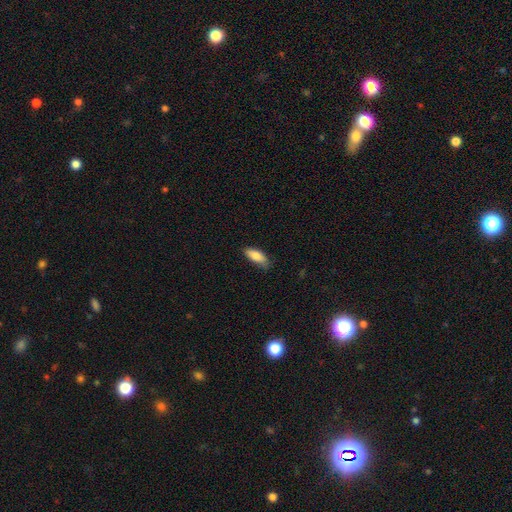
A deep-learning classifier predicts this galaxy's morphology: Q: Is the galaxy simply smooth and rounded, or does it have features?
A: smooth — 84%.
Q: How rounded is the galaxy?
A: in between — 77%.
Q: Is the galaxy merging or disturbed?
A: none — 72%.